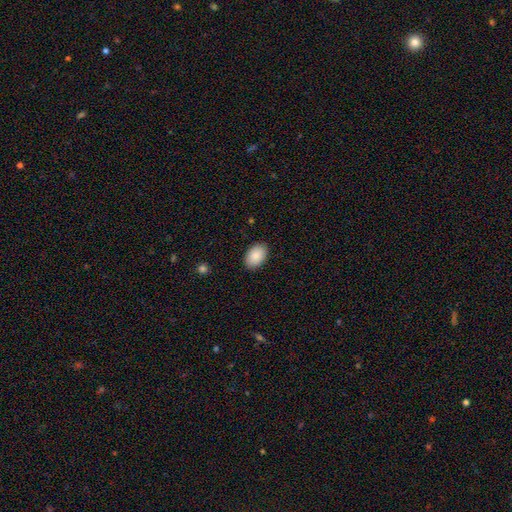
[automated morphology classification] smooth 88%, star or artifact 7%, featured or disk 5%. Down the decision tree: how rounded — in between (90%); merging — none (89%).